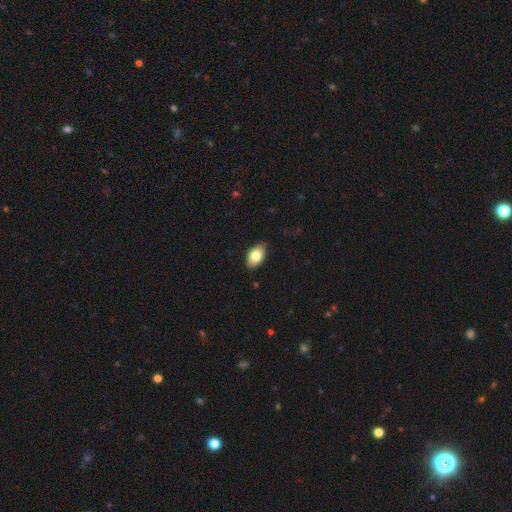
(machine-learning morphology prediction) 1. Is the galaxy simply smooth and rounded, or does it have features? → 81% smooth, 12% featured or disk, 7% star or artifact.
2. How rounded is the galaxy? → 92% in between, 6% round, 1% cigar-shaped.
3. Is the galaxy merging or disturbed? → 85% none, 12% minor disturbance, 2% major disturbance, 1% merger.